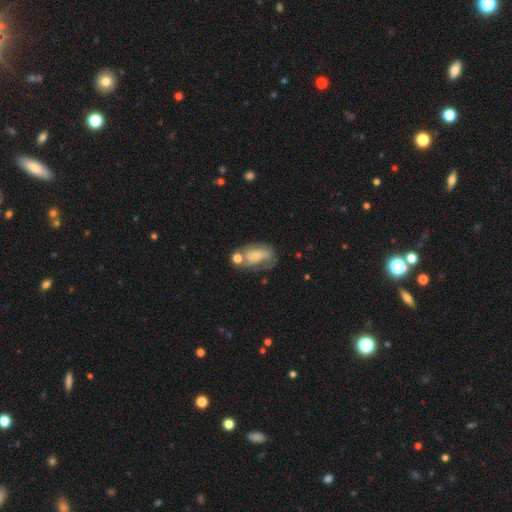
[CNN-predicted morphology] A smooth galaxy with no disk features (51%) that is in between round and cigar-shaped (86%). Merging: none (36%).